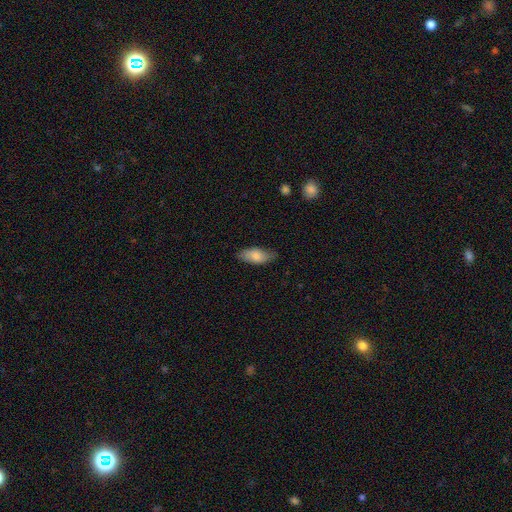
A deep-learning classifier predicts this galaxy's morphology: Q: Smooth or featured?
A: smooth (80%); runner-up: featured or disk (14%)
Q: How rounded?
A: in between (85%); runner-up: cigar-shaped (13%)
Q: Merging?
A: none (78%); runner-up: minor disturbance (18%)